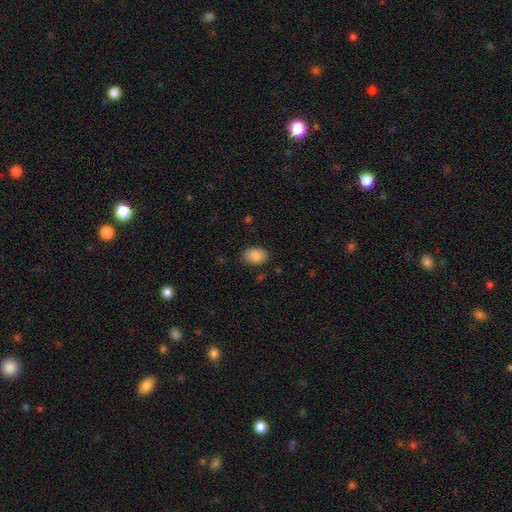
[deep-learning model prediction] Morphology: type=smooth (87%); roundness=in between (84%); merging=none (81%).